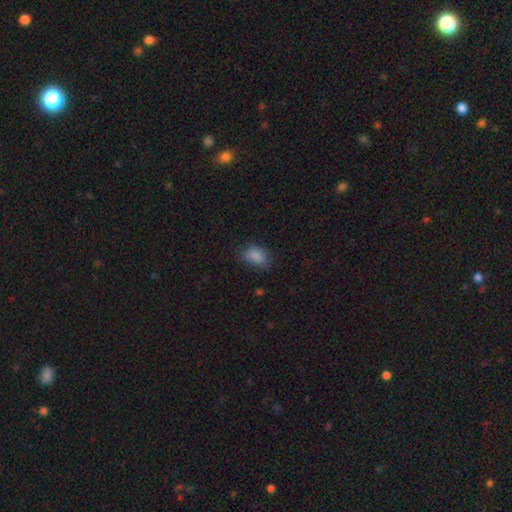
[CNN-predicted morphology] This is clearly a smooth galaxy (86%). How rounded: clearly in between (85%). Merging: likely none (75%).